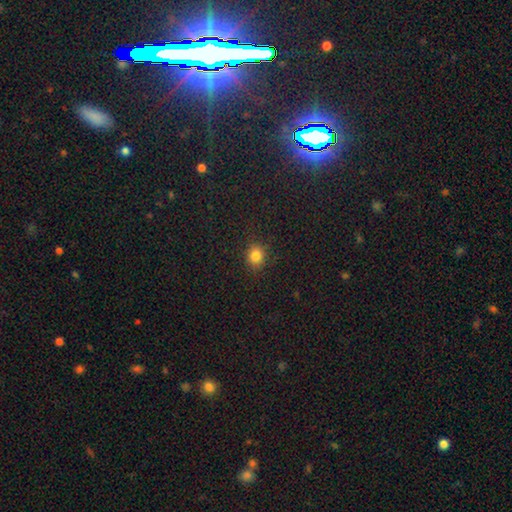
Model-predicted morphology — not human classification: Overall: smooth (82%). How rounded: round (75%). Merging: none (87%).